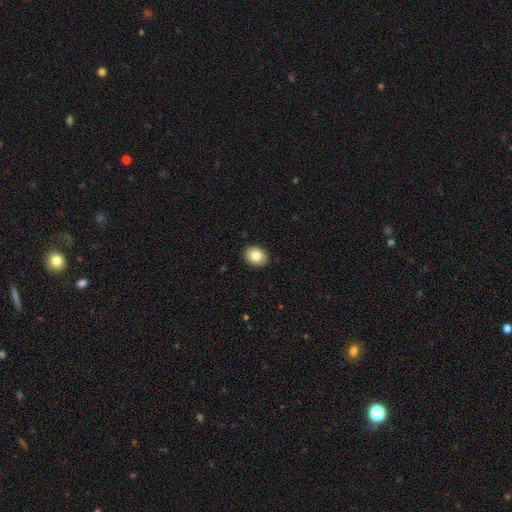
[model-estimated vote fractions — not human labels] Smooth or featured? smooth (82%)
How rounded? round (51%)
Merging? none (91%)